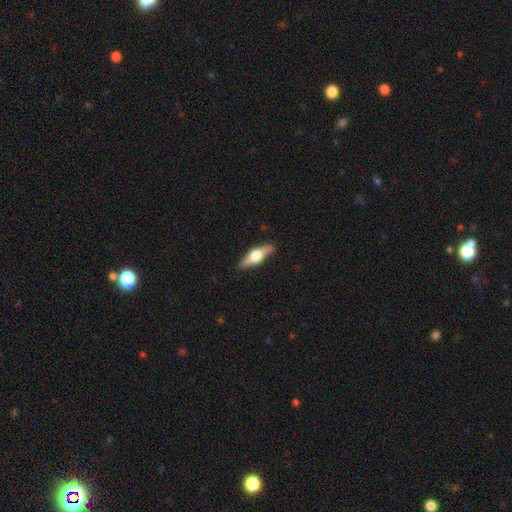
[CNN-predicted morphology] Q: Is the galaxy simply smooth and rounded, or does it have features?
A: featured or disk — 62%.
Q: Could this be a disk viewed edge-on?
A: yes — 95%.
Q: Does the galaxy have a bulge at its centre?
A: rounded — 95%.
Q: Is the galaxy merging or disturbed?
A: none — 88%.